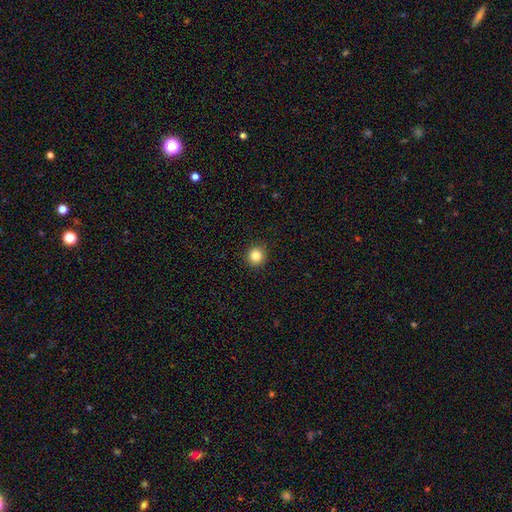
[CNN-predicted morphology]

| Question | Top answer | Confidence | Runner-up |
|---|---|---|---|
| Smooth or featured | smooth | 84% | star or artifact (11%) |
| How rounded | round | 94% | in between (5%) |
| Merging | none | 92% | minor disturbance (5%) |